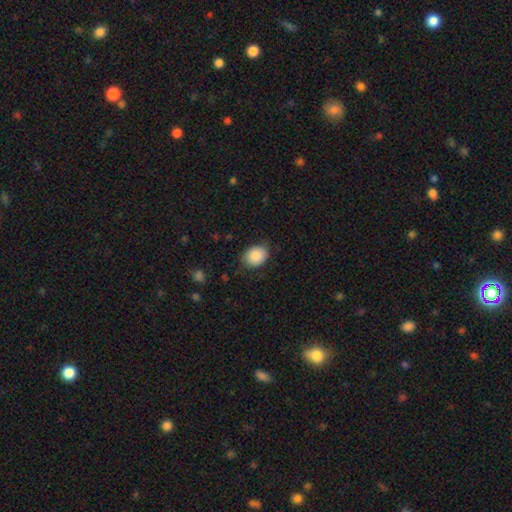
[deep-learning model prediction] smooth_or_featured: smooth (p=0.87) [alt: star or artifact p=0.07]
how_rounded: in between (p=0.59) [alt: round p=0.40]
merging: none (p=0.80) [alt: minor disturbance p=0.15]